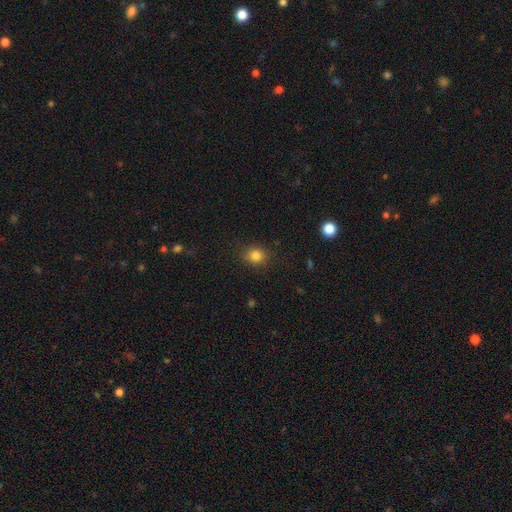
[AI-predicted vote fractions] A smooth galaxy with no disk features (83%) that is round (72%). Merging: none (85%).